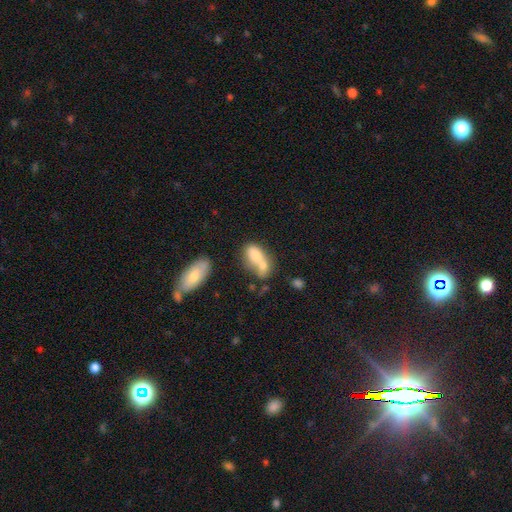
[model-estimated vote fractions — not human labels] A smooth galaxy with no disk features (73%) that is in between round and cigar-shaped (82%).

Vote fractions:
- Smooth or featured? smooth: 73% / featured or disk: 19% / star or artifact: 8%
- How rounded? in between: 82% / round: 14% / cigar-shaped: 5%
- Merging? merger: 63% / none: 21% / minor disturbance: 10% / major disturbance: 6%